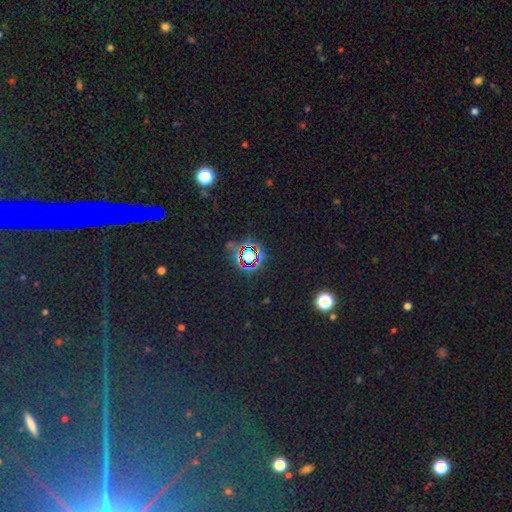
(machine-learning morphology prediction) Smooth or featured? Predicted: star or artifact (p=0.76).